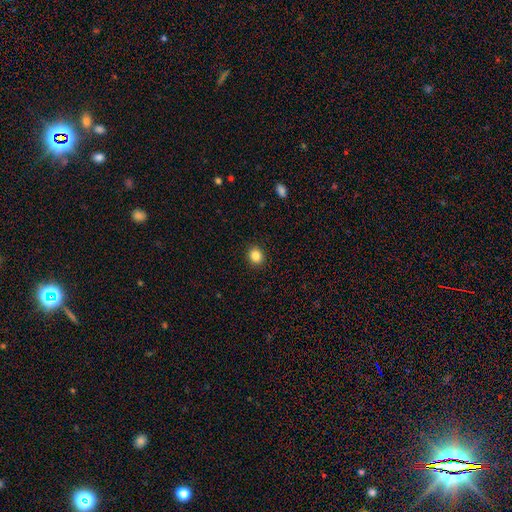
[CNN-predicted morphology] Smooth or featured: smooth — 85% (star or artifact — 11%)
How rounded: round — 76% (in between — 23%)
Merging: none — 92% (minor disturbance — 5%)